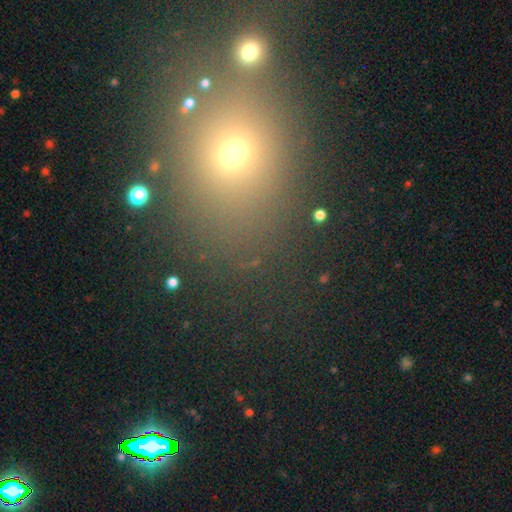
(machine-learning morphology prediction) Smooth or featured: smooth — 51% (star or artifact — 38%)
How rounded: in between — 49% (tied with round — 49%)
Merging: none — 74% (minor disturbance — 11%)